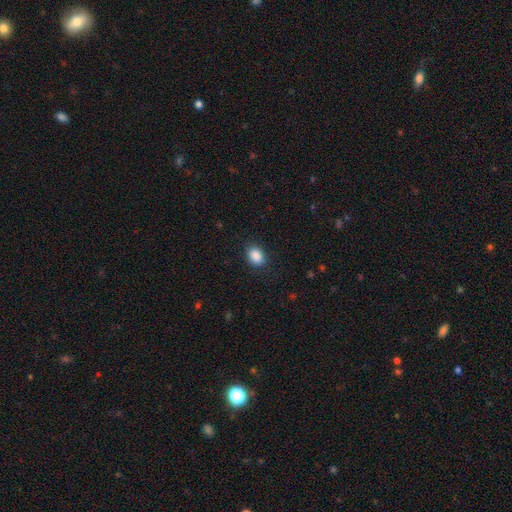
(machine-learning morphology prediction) This appears to be a smooth galaxy with no disk features (89%) that is in between round and cigar-shaped (72%). Merging: none (85%).